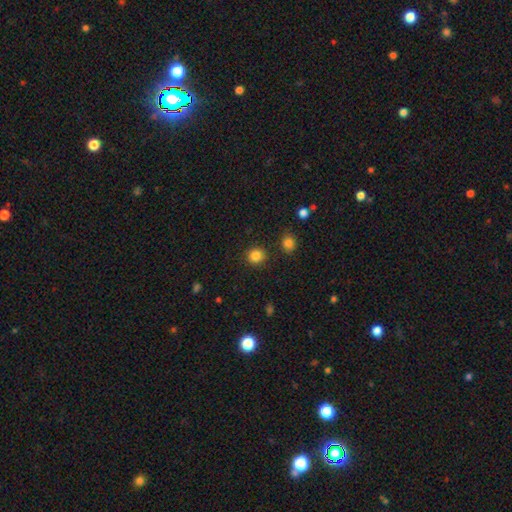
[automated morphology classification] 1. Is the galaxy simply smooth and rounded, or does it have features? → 85% smooth, 11% star or artifact, 4% featured or disk.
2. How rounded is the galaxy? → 91% round, 8% in between, 1% cigar-shaped.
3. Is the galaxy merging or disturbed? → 89% none, 6% minor disturbance, 3% merger, 2% major disturbance.